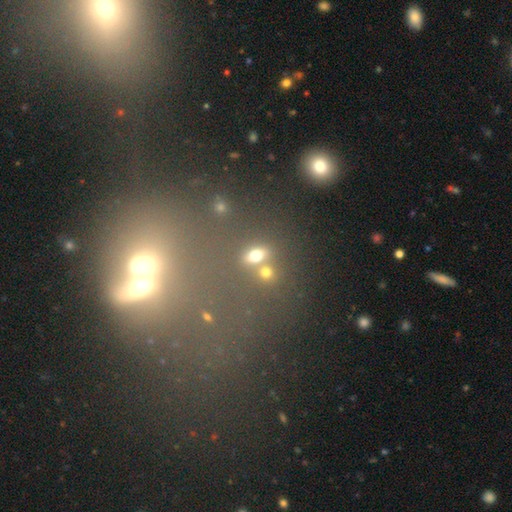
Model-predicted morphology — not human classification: Smooth or featured? smooth (62%)
How rounded? in between (60%)
Merging? none (68%)